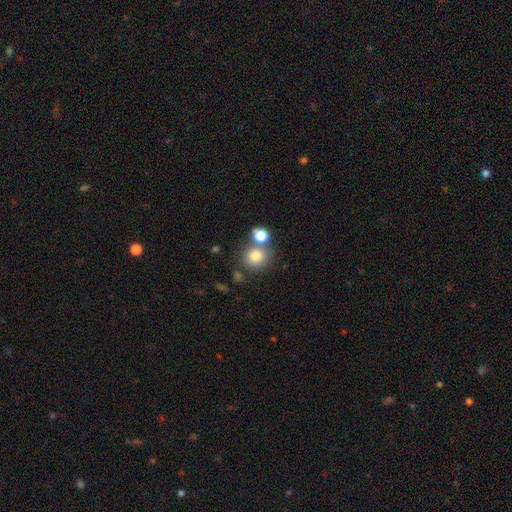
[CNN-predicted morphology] A smooth galaxy with no disk features (79%) that is round (83%).

Vote fractions:
- Smooth or featured? smooth: 79% / star or artifact: 12% / featured or disk: 9%
- How rounded? round: 83% / in between: 16% / cigar-shaped: 1%
- Merging? none: 64% / merger: 22% / minor disturbance: 10% / major disturbance: 4%